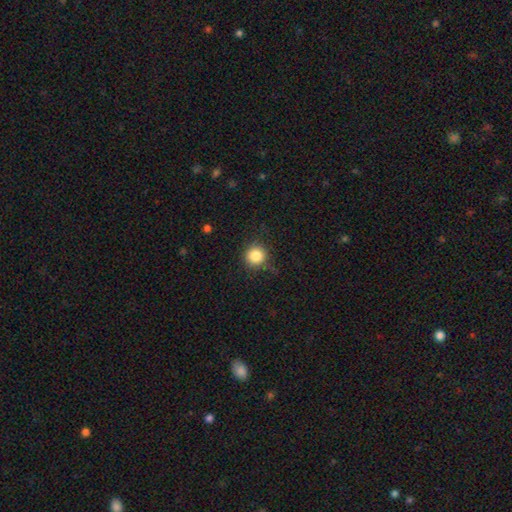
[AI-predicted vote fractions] Smooth or featured: smooth — 84% (star or artifact — 11%)
How rounded: round — 93% (in between — 6%)
Merging: none — 83% (minor disturbance — 12%)